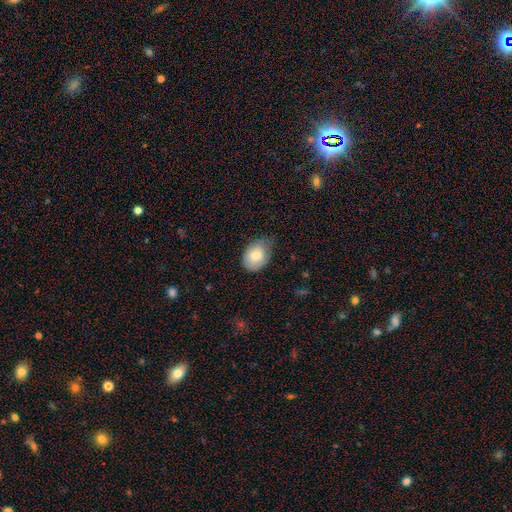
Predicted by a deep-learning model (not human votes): Overall: smooth (80%). How rounded: in between (74%). Merging: none (49%; minor disturbance 40%).